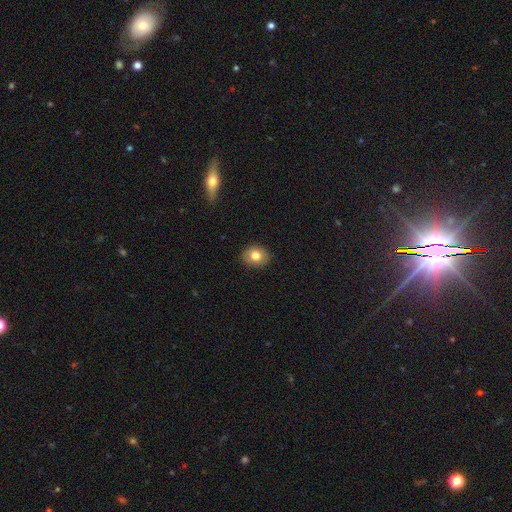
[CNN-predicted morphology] Q: Smooth or featured?
A: smooth (80%); runner-up: featured or disk (11%)
Q: How rounded?
A: round (57%); runner-up: in between (42%)
Q: Merging?
A: none (89%); runner-up: minor disturbance (8%)